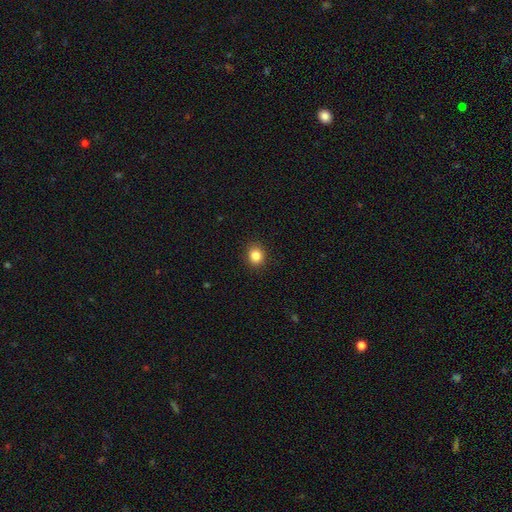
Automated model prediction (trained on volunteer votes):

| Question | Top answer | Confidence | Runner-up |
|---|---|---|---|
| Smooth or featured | smooth | 85% | star or artifact (10%) |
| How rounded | round | 75% | in between (24%) |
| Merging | none | 91% | minor disturbance (6%) |